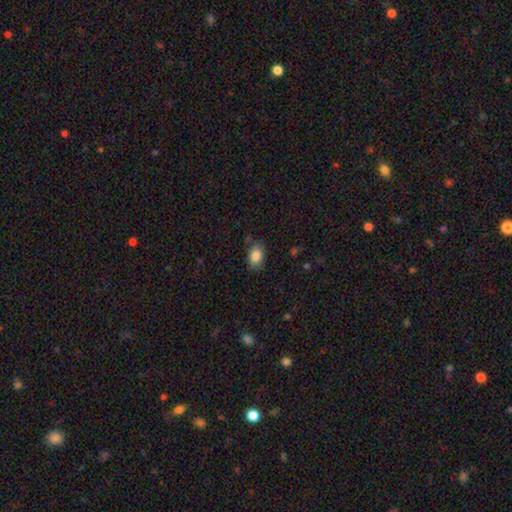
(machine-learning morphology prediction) Overall: smooth (86%). How rounded: in between (82%). Merging: none (76%).